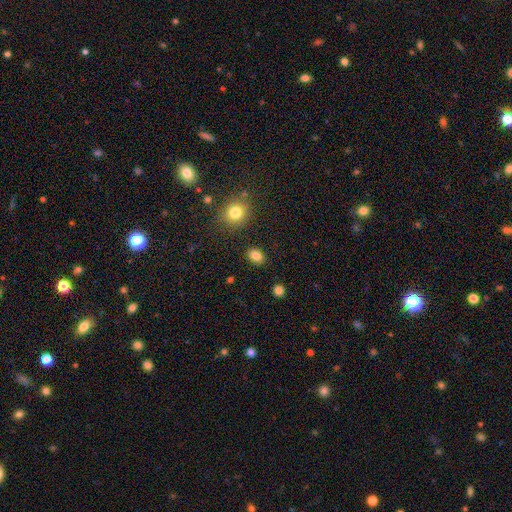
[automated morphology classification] Smooth or featured?
  - smooth: 84% *
  - star or artifact: 10%
  - featured or disk: 5%
How rounded?
  - in between: 69% *
  - round: 30%
  - cigar-shaped: 1%
Merging?
  - none: 88% *
  - minor disturbance: 8%
  - major disturbance: 2%
  - merger: 2%